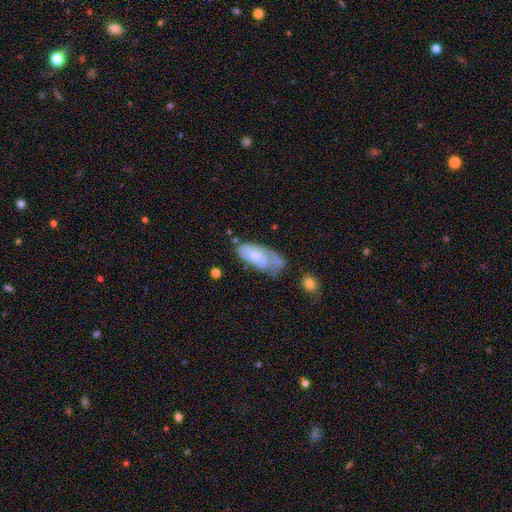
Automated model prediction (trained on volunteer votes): smooth_or_featured: smooth (p=0.47) [alt: featured or disk p=0.46]
merging: none (p=0.36) [alt: minor disturbance p=0.32]